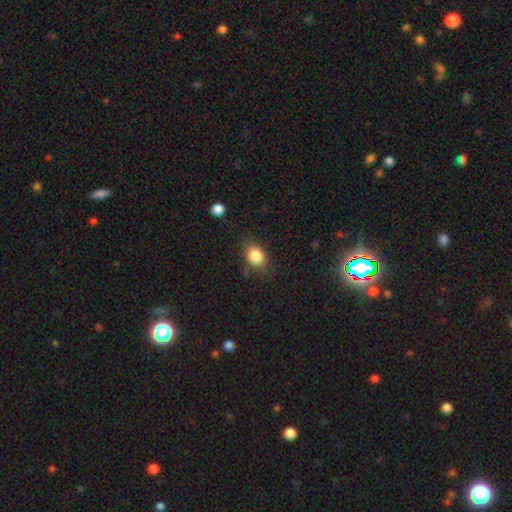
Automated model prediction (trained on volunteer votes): Q: Smooth or featured?
A: smooth (84%); runner-up: star or artifact (9%)
Q: How rounded?
A: in between (63%); runner-up: round (36%)
Q: Merging?
A: none (76%); runner-up: minor disturbance (17%)